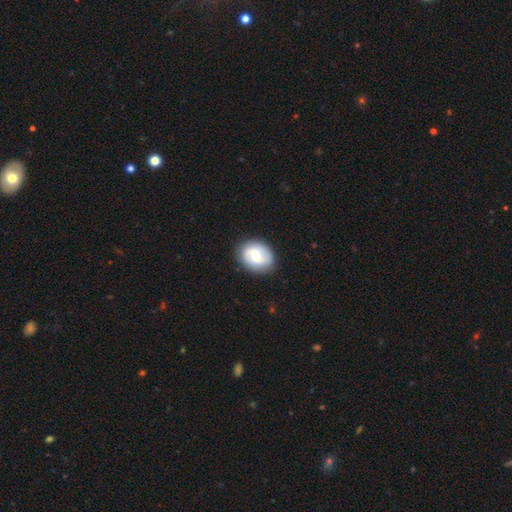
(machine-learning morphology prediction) featured or disk 59%, smooth 35%, star or artifact 6%. Down the decision tree: edge-on disk — no (97%); bar — weak (49%); spiral arms — yes (76%); bulge size — moderate (69%); merging — none (85%).